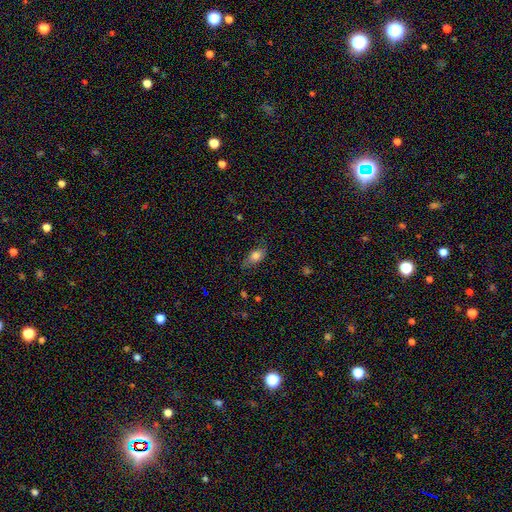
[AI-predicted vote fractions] This appears to be a smooth galaxy with no disk features (77%) that is in between round and cigar-shaped (84%). Merging: none (67%).